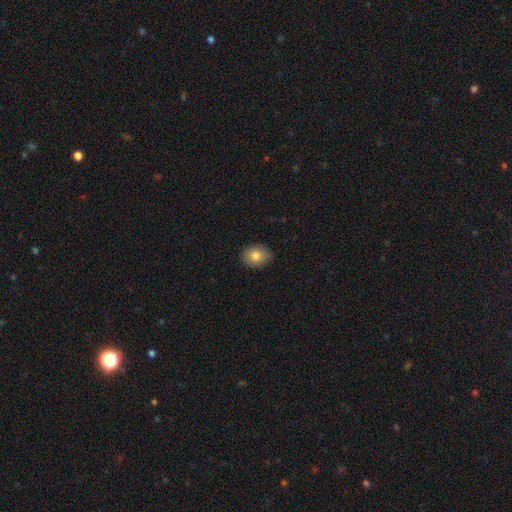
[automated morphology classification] Smooth or featured? smooth (80%)
How rounded? in between (60%)
Merging? none (87%)